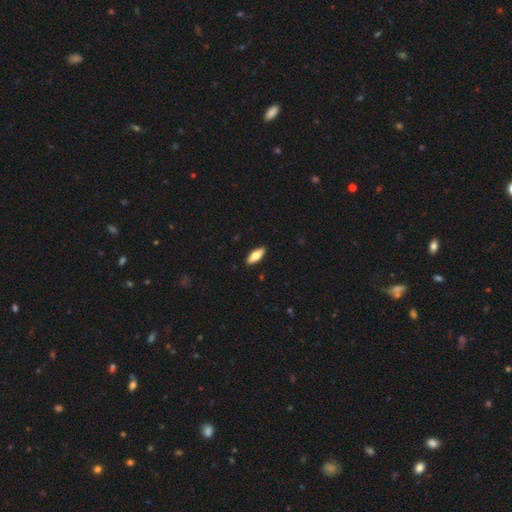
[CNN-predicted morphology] Smooth or featured?
  - smooth: 71% *
  - featured or disk: 23%
  - star or artifact: 6%
How rounded?
  - in between: 76% *
  - cigar-shaped: 21%
  - round: 2%
Merging?
  - none: 90% *
  - minor disturbance: 8%
  - major disturbance: 2%
  - merger: 1%